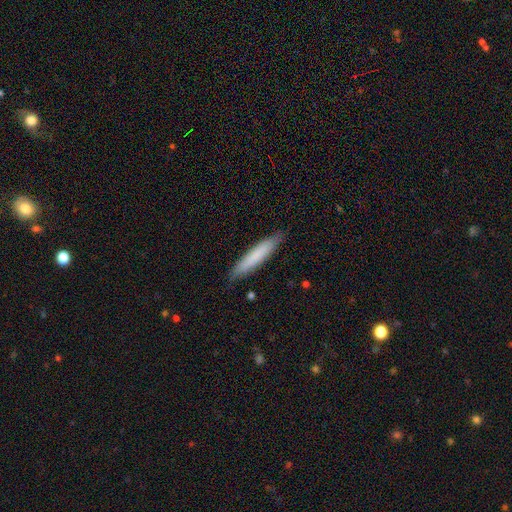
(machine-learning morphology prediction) Q: Smooth or featured?
A: smooth (76%); runner-up: featured or disk (18%)
Q: How rounded?
A: cigar-shaped (90%); runner-up: in between (9%)
Q: Merging?
A: none (87%); runner-up: minor disturbance (10%)